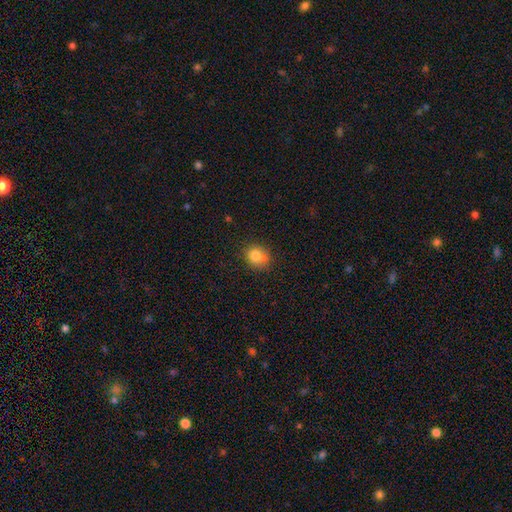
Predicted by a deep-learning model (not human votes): smooth 78%, star or artifact 11%, featured or disk 10%. Down the decision tree: how rounded — round (77%); merging — none (61%).